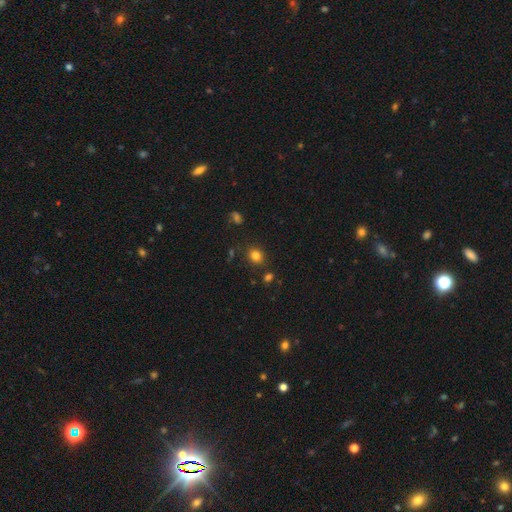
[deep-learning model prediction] Smooth or featured? Predicted: smooth (p=0.81). How rounded? Predicted: round (p=0.66). Merging? Predicted: none (p=0.84).